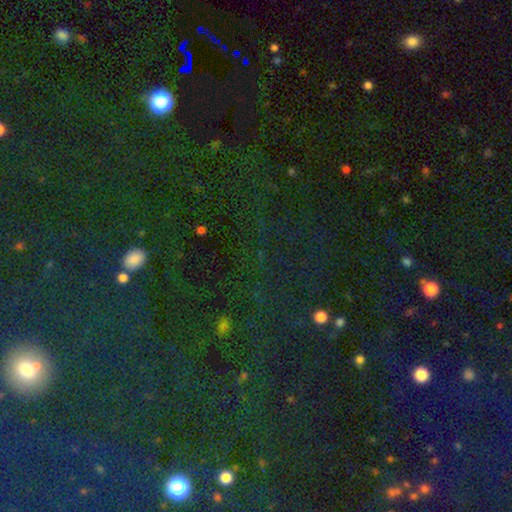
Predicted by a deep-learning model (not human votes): star or artifact 76%, smooth 16%, featured or disk 8%.